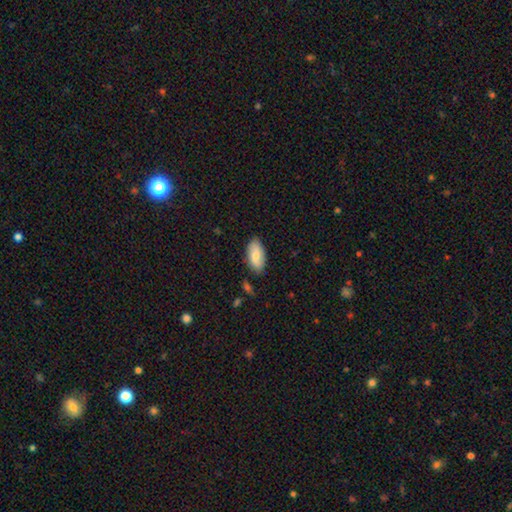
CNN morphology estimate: Smooth or featured: smooth — 77% (featured or disk — 17%)
How rounded: in between — 93% (cigar-shaped — 4%)
Merging: none — 81% (minor disturbance — 15%)